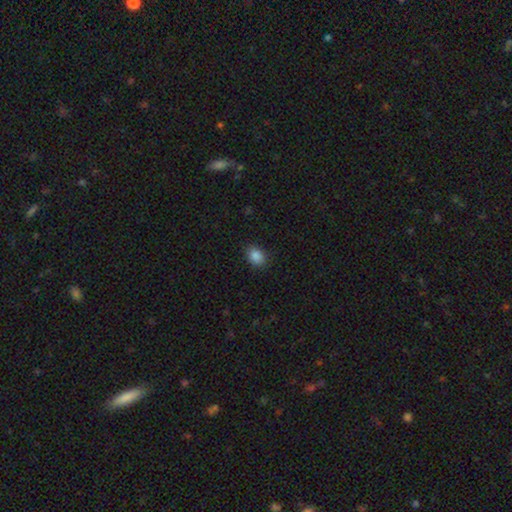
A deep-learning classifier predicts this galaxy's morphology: smooth 87%, star or artifact 9%, featured or disk 3%. Down the decision tree: how rounded — in between (67%); merging — none (86%).